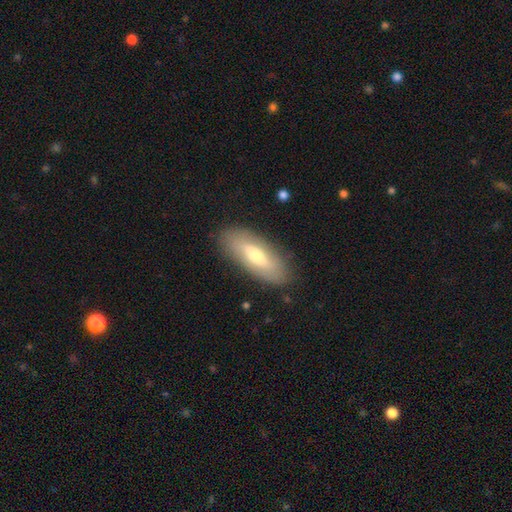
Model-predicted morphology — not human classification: Overall: smooth (52%; featured or disk 41%). How rounded: in between (72%). Merging: none (85%).